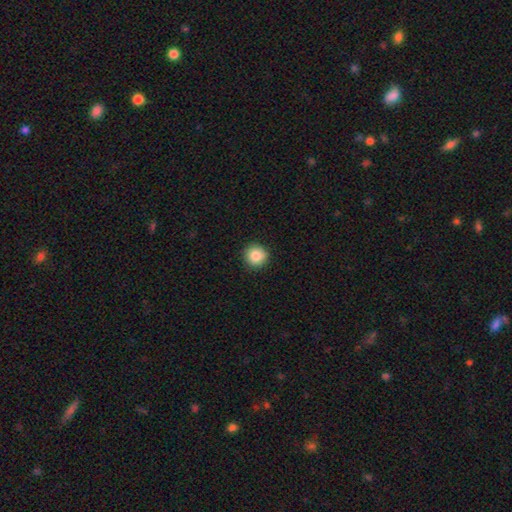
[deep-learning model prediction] Morphology: type=smooth (85%); roundness=round (94%); merging=none (91%).